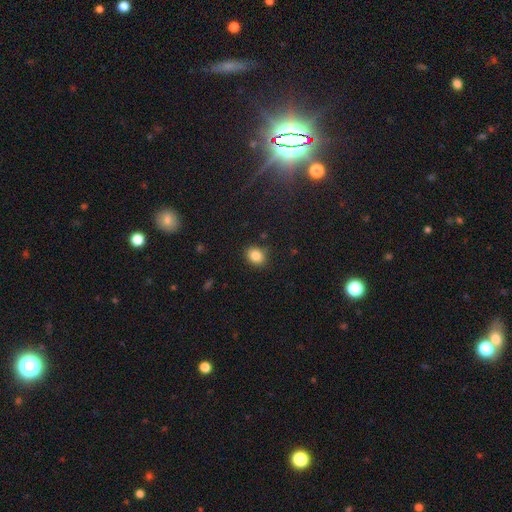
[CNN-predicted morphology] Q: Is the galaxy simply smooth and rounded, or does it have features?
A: smooth — 85%.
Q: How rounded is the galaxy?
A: round — 52%.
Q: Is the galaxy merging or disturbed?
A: none — 85%.